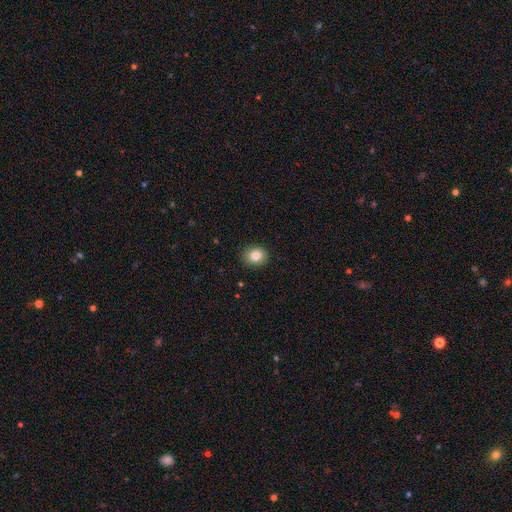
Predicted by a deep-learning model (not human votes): This appears to be a smooth galaxy with no disk features (83%) that is round (71%). Merging: none (91%).